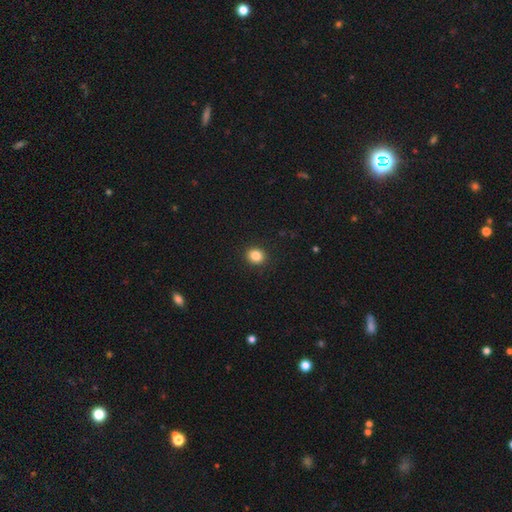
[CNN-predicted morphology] A smooth galaxy with no disk features (85%) that is round (78%).

Vote fractions:
- Smooth or featured? smooth: 85% / star or artifact: 11% / featured or disk: 4%
- How rounded? round: 78% / in between: 21% / cigar-shaped: 1%
- Merging? none: 92% / minor disturbance: 5% / major disturbance: 2% / merger: 1%